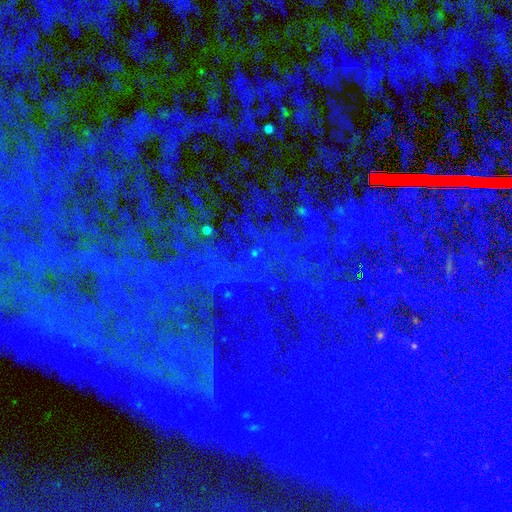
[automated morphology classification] Q: Smooth or featured?
A: star or artifact (86%); runner-up: featured or disk (7%)